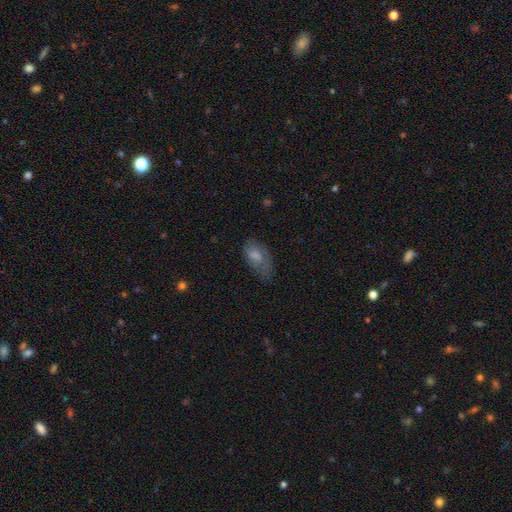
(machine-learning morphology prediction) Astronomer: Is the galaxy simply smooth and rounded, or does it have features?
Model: smooth — 70%.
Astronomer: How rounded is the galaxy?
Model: in between — 91%.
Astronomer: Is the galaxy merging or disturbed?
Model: none — 42% (runner-up: minor disturbance, 34%).